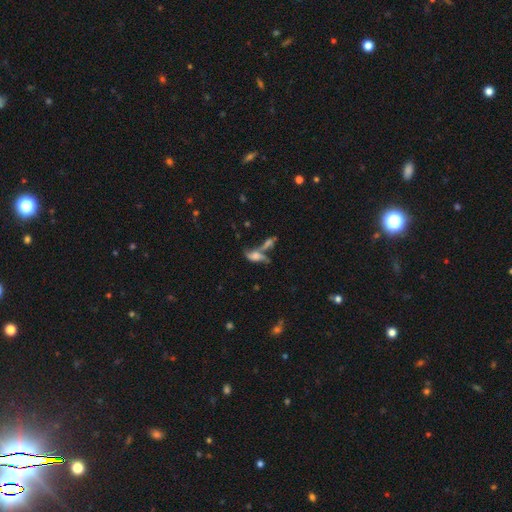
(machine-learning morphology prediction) type=smooth (44%); merging=merger (45%).